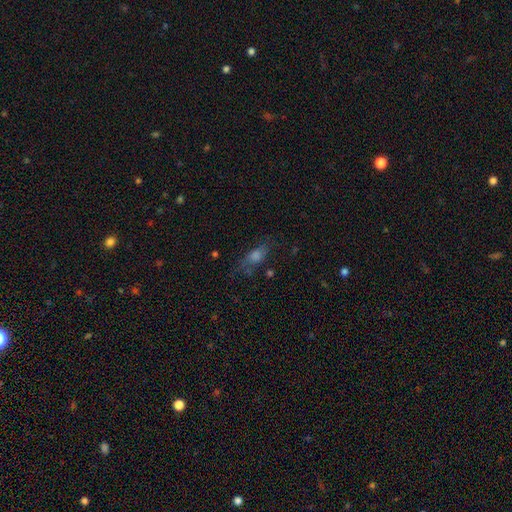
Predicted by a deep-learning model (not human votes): A smooth galaxy with no disk features (44%).

Vote fractions:
- Smooth or featured? smooth: 44% / featured or disk: 32% / star or artifact: 24%
- Merging? none: 59% / minor disturbance: 21% / major disturbance: 16% / merger: 4%